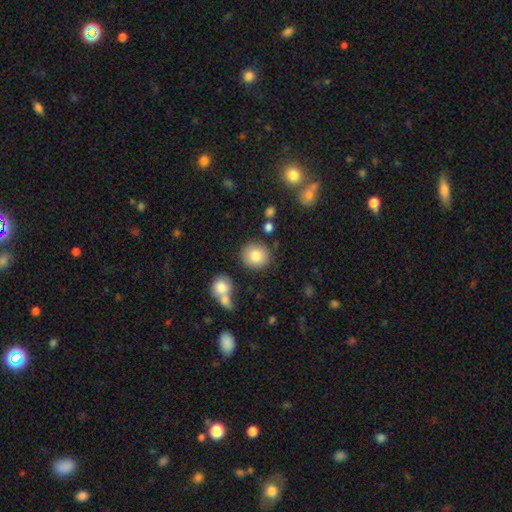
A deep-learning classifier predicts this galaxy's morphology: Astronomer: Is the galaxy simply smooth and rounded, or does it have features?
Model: smooth — 84%.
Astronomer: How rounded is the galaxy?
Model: round — 88%.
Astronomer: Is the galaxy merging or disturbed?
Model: none — 82%.